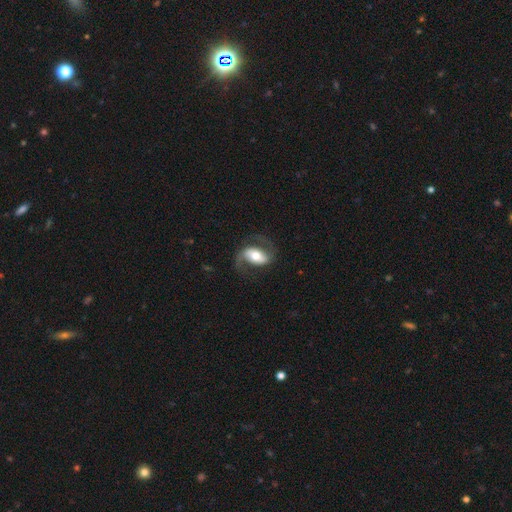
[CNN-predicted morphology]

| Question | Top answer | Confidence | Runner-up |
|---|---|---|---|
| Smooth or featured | featured or disk | 73% | smooth (21%) |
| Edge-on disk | no | 95% | yes (5%) |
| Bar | strong | 42% | weak (32%) |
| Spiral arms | yes | 90% | no (10%) |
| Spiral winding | medium | 44% | loose (43%) |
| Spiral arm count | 2 | 90% | 1 (4%) |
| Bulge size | moderate | 60% | large (22%) |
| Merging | none | 70% | minor disturbance (16%) |